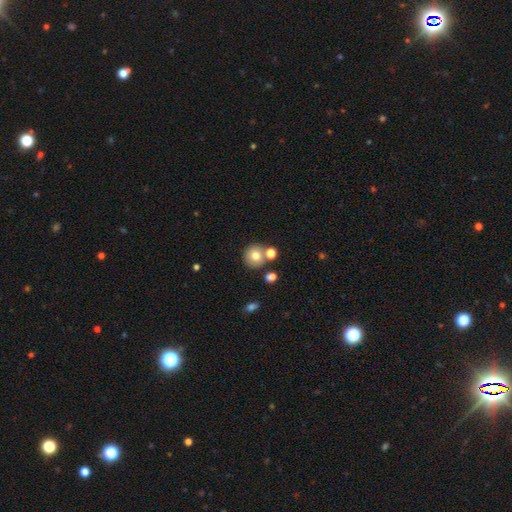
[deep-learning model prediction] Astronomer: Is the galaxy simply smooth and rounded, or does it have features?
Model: smooth — 76%.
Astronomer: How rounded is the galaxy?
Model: round — 90%.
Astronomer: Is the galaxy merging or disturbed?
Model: none — 68%.